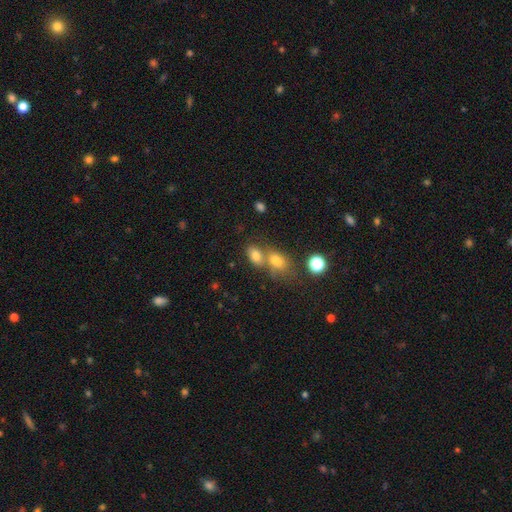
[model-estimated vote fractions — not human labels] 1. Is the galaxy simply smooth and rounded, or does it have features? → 77% smooth, 12% star or artifact, 11% featured or disk.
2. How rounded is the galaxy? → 81% in between, 17% round, 2% cigar-shaped.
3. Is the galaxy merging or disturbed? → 47% merger, 39% none, 10% minor disturbance, 4% major disturbance.